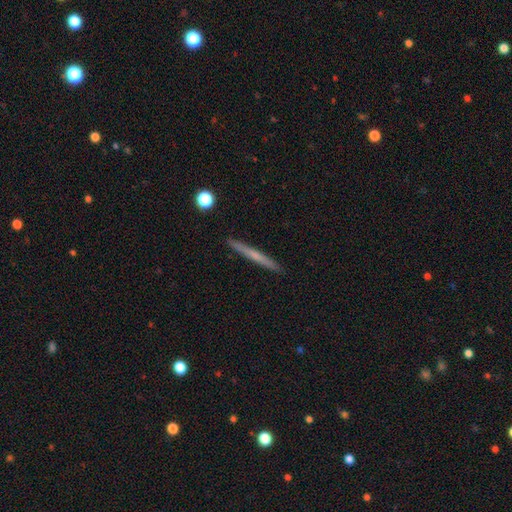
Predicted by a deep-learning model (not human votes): A smooth galaxy with no disk features (52%) that is cigar-shaped (96%). Merging: none (92%).